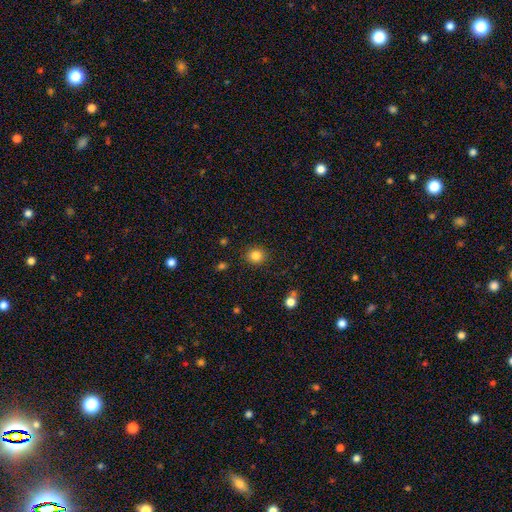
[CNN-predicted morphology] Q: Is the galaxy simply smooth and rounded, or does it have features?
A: smooth — 84%.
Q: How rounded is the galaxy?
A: round — 87%.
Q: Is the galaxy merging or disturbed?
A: none — 90%.